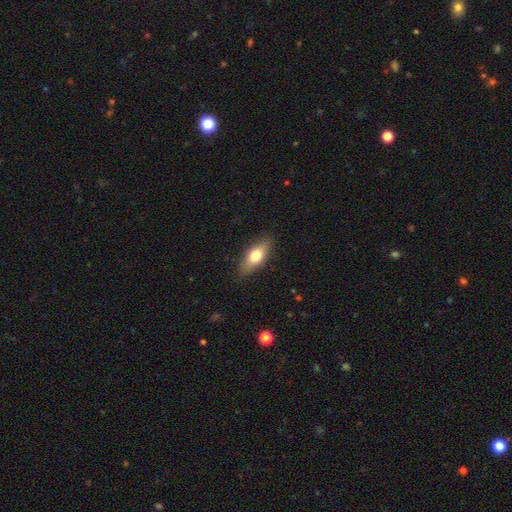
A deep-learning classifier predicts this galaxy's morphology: smooth-or-featured: smooth: 69% | featured or disk: 25% | star or artifact: 7%
  how-rounded: in between: 73% | cigar-shaped: 23% | round: 4%
  merging: none: 86% | minor disturbance: 11% | major disturbance: 2% | merger: 1%